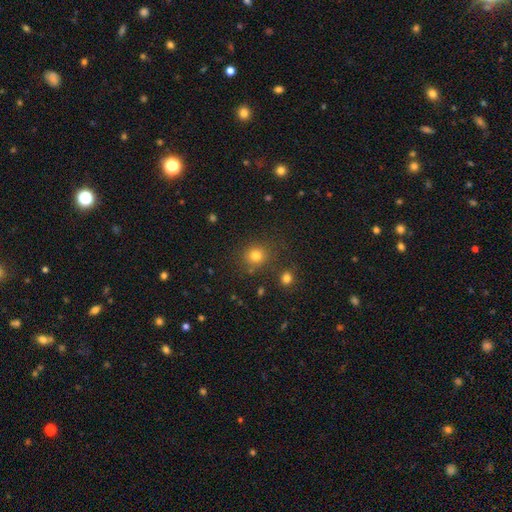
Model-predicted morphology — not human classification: smooth-or-featured: smooth: 79% | star or artifact: 15% | featured or disk: 6%
  how-rounded: round: 84% | in between: 15% | cigar-shaped: 1%
  merging: none: 79% | minor disturbance: 10% | merger: 7% | major disturbance: 4%